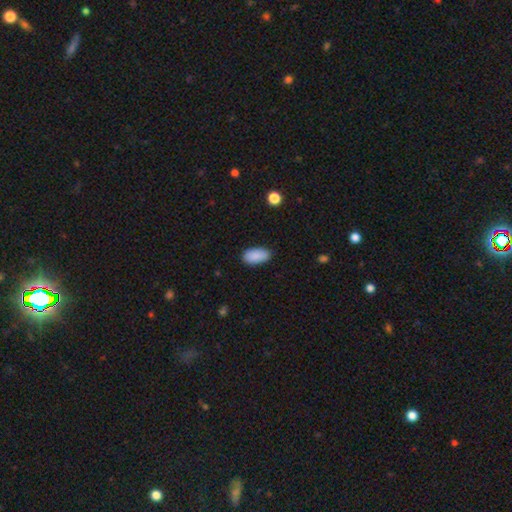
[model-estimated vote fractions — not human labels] smooth_or_featured: smooth (p=0.89) [alt: star or artifact p=0.07]
how_rounded: in between (p=0.94) [alt: cigar-shaped p=0.03]
merging: none (p=0.85) [alt: minor disturbance p=0.12]